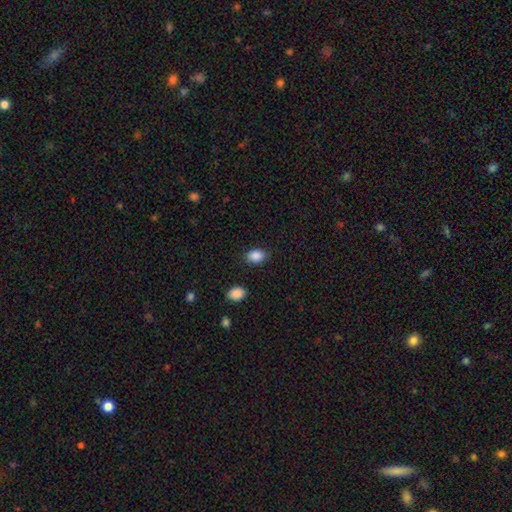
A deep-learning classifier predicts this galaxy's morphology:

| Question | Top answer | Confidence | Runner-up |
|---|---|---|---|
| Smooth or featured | smooth | 88% | star or artifact (9%) |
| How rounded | in between | 78% | round (20%) |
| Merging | none | 85% | minor disturbance (10%) |